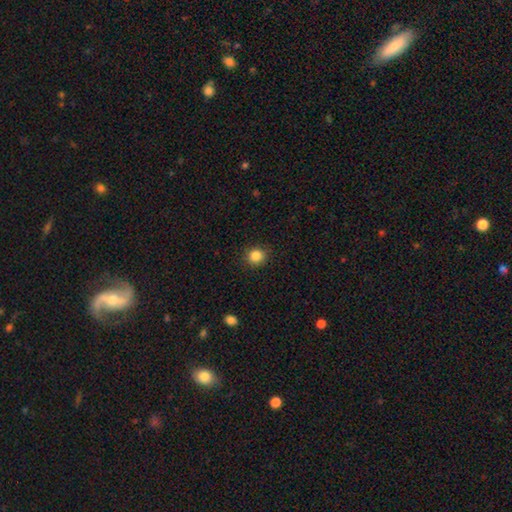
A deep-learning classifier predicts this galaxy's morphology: The model was most divided on "smooth or featured": smooth: 85%, star or artifact: 11%, featured or disk: 4%. More confident: merging — none (90%); how rounded — round (89%).